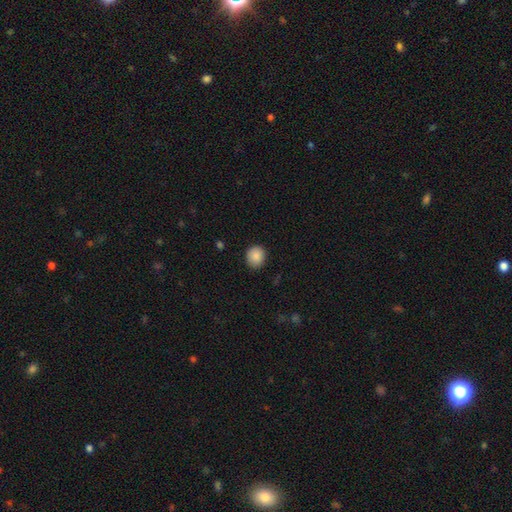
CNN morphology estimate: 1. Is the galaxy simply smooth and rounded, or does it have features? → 89% smooth, 8% star or artifact, 3% featured or disk.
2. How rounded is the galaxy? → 81% round, 18% in between, 1% cigar-shaped.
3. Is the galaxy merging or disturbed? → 87% none, 9% minor disturbance, 2% major disturbance, 1% merger.